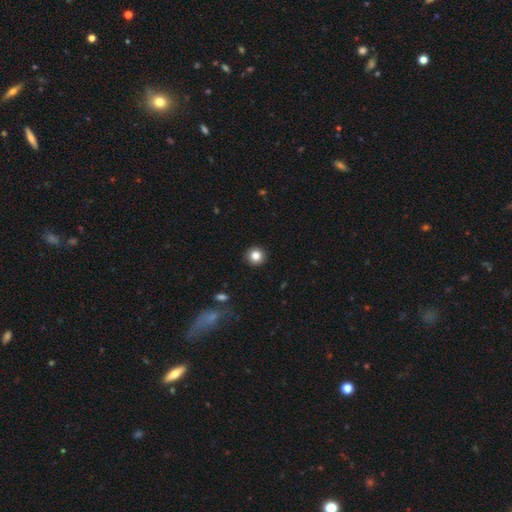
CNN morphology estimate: Smooth or featured: smooth — 84% (star or artifact — 11%)
How rounded: round — 92% (in between — 7%)
Merging: none — 92% (minor disturbance — 5%)